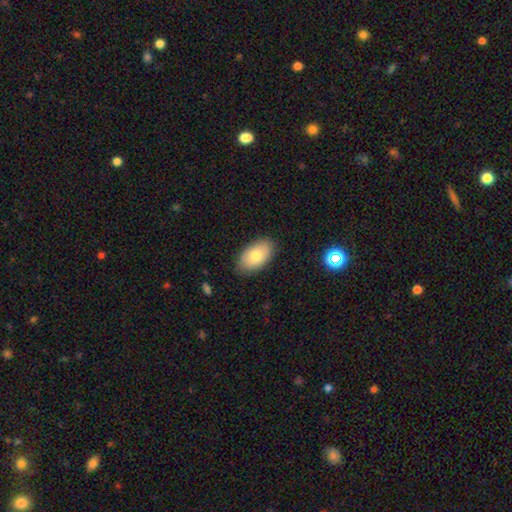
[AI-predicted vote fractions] A smooth galaxy with no disk features (75%) that is in between round and cigar-shaped (93%).

Vote fractions:
- Smooth or featured? smooth: 75% / featured or disk: 18% / star or artifact: 7%
- How rounded? in between: 93% / round: 5% / cigar-shaped: 1%
- Merging? none: 85% / minor disturbance: 12% / major disturbance: 2% / merger: 1%